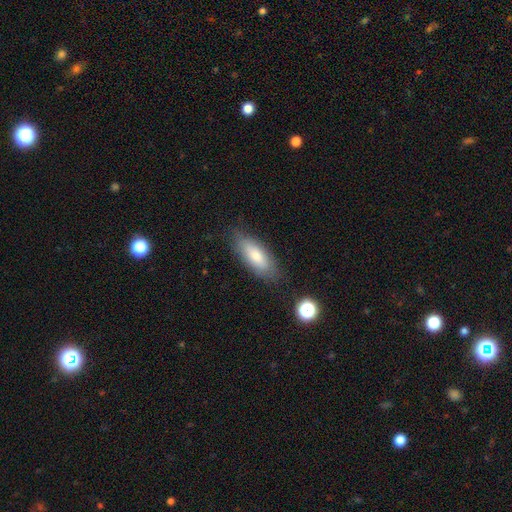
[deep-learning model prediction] smooth 73%, featured or disk 20%, star or artifact 7%. Down the decision tree: how rounded — in between (71%); merging — none (79%).